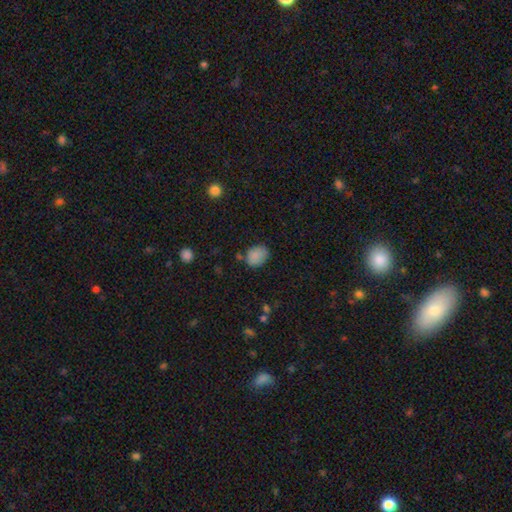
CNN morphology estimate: A smooth galaxy with no disk features (85%) that is in between round and cigar-shaped (61%). Merging: none (69%).